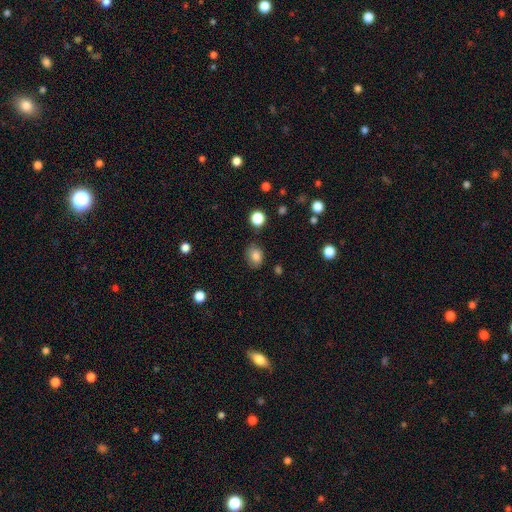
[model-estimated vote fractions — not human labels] smooth-or-featured: smooth: 83% | star or artifact: 11% | featured or disk: 6%
  how-rounded: in between: 53% | round: 46% | cigar-shaped: 1%
  merging: none: 76% | minor disturbance: 17% | major disturbance: 4% | merger: 3%